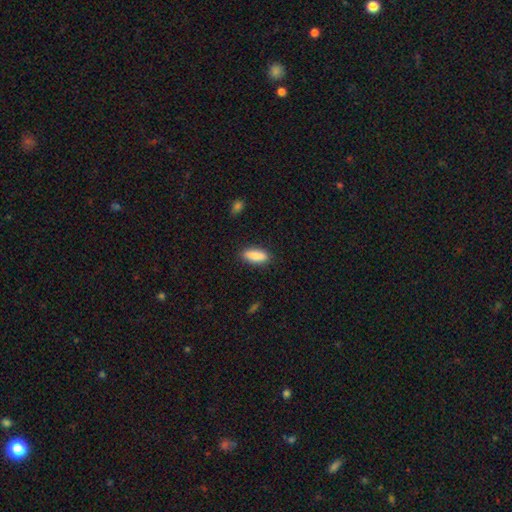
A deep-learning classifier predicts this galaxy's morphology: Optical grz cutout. It shows a smooth galaxy with no disk features (88%) that is in between round and cigar-shaped (65%). Merging: none (87%).